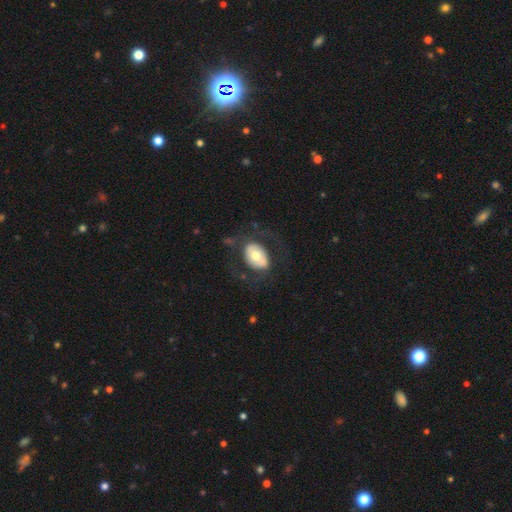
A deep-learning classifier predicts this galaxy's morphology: Smooth or featured? smooth (50%)
Merging? none (65%)